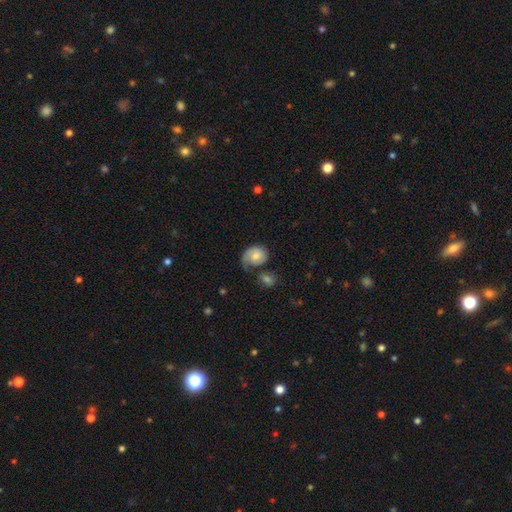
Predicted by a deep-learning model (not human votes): The model was most divided on "smooth or featured": featured or disk: 47%, smooth: 45%, star or artifact: 7%. Remaining: merging — none (38%).